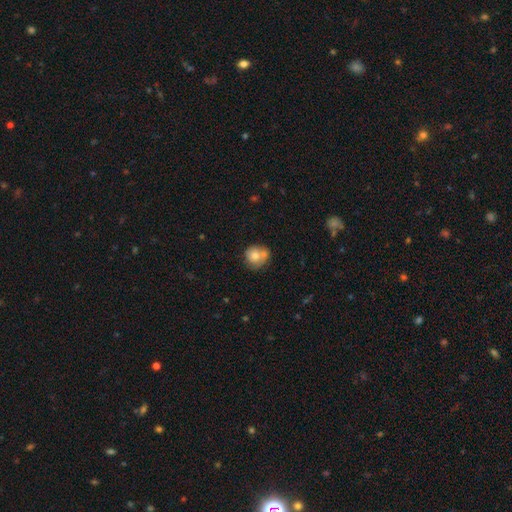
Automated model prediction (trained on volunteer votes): Smooth or featured? Predicted: smooth (p=0.73). How rounded? Predicted: round (p=0.81). Merging? Predicted: none (p=0.44).